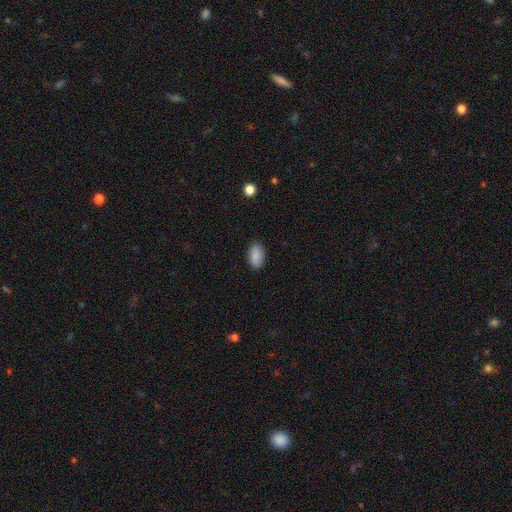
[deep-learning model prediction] Smooth or featured: smooth — 88% (star or artifact — 7%)
How rounded: in between — 94% (round — 4%)
Merging: none — 87% (minor disturbance — 10%)